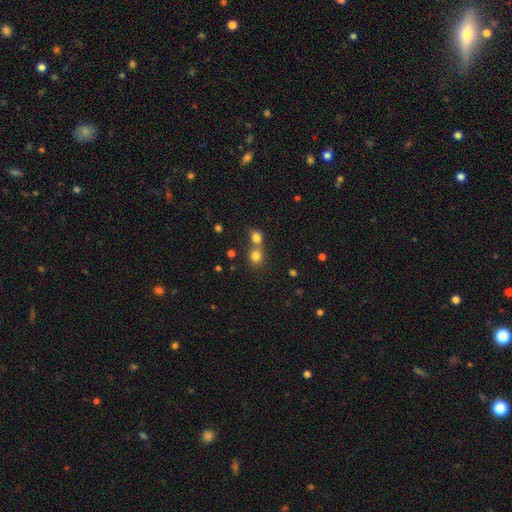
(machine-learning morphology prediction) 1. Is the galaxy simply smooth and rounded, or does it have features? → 79% smooth, 13% star or artifact, 8% featured or disk.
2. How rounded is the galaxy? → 81% round, 18% in between, 1% cigar-shaped.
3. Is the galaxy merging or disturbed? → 47% merger, 44% none, 6% minor disturbance, 3% major disturbance.